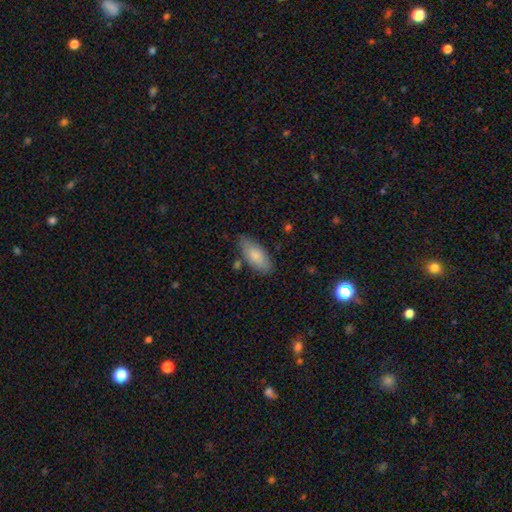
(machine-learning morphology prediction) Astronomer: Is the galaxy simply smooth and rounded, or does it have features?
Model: smooth — 83%.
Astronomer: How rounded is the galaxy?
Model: in between — 86%.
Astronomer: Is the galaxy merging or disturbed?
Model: none — 75%.